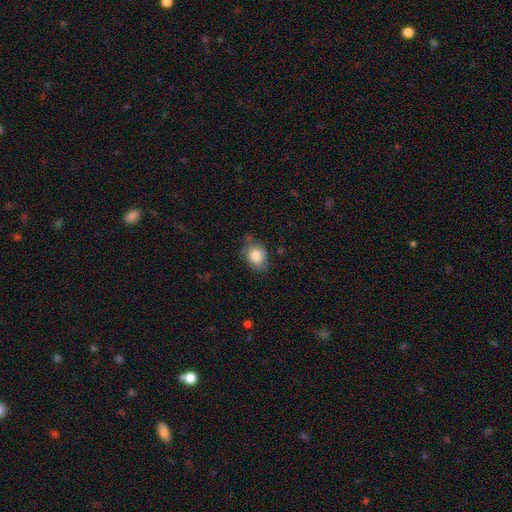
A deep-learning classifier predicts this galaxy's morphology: smooth-or-featured: smooth: 82% | featured or disk: 10% | star or artifact: 8%
  how-rounded: in between: 60% | round: 39% | cigar-shaped: 1%
  merging: none: 62% | minor disturbance: 28% | major disturbance: 7% | merger: 3%